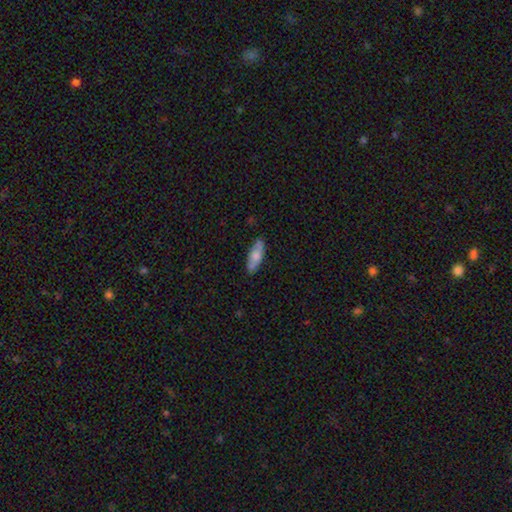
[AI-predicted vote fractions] Morphology: type=smooth (67%); roundness=in between (66%); merging=none (80%).